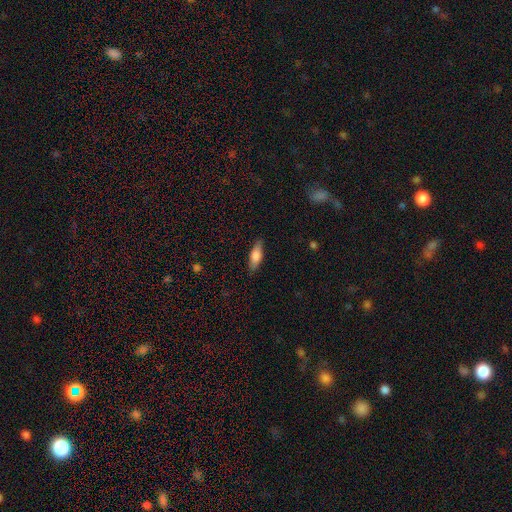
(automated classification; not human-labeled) A smooth galaxy with no disk features (70%) that is in between round and cigar-shaped (59%).

Vote fractions:
- Smooth or featured? smooth: 70% / featured or disk: 23% / star or artifact: 6%
- How rounded? in between: 59% / cigar-shaped: 38% / round: 3%
- Merging? none: 86% / minor disturbance: 11% / major disturbance: 2% / merger: 1%